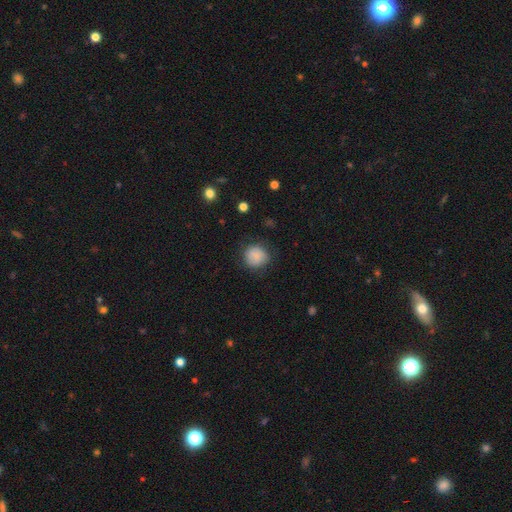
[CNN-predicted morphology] smooth-or-featured: smooth: 81% | featured or disk: 10% | star or artifact: 8%
  how-rounded: round: 87% | in between: 12% | cigar-shaped: 1%
  merging: none: 75% | minor disturbance: 18% | major disturbance: 5% | merger: 1%